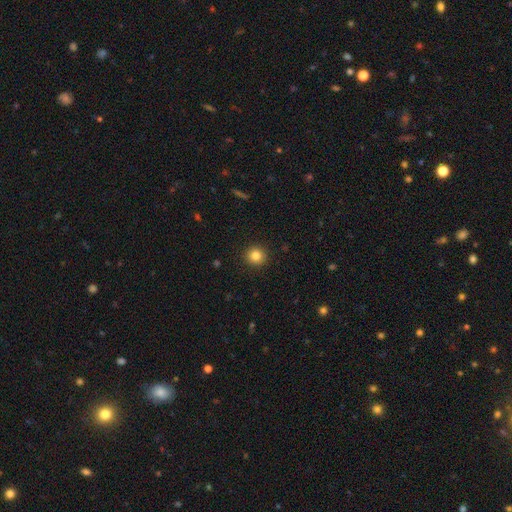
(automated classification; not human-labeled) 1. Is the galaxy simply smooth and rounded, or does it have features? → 84% smooth, 11% star or artifact, 5% featured or disk.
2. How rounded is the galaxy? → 94% round, 5% in between, 1% cigar-shaped.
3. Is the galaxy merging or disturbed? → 92% none, 5% minor disturbance, 2% major disturbance, 1% merger.